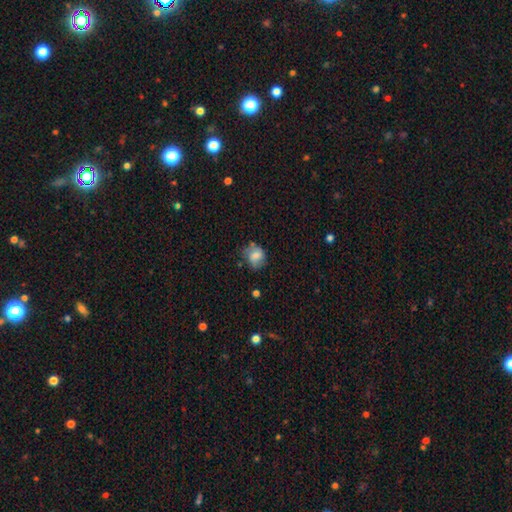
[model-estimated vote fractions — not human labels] A smooth galaxy with no disk features (73%) that is round (66%). Merging: none (59%).